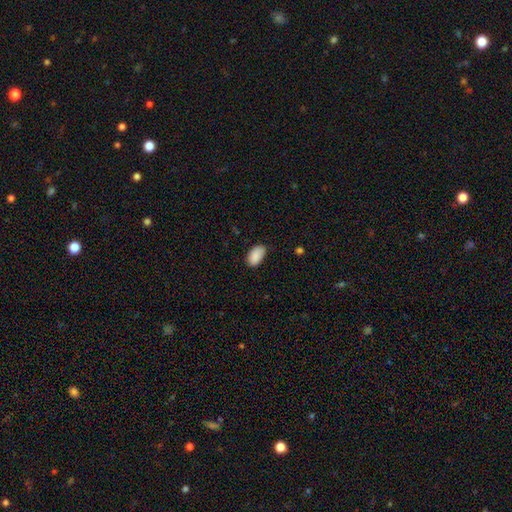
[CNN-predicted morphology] smooth 90%, star or artifact 7%, featured or disk 3%. Down the decision tree: how rounded — in between (94%); merging — none (76%).